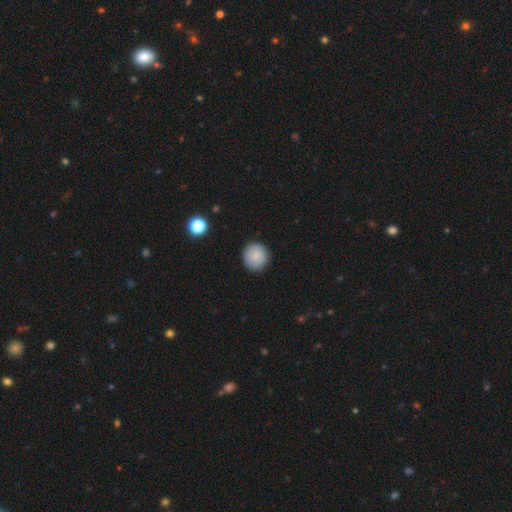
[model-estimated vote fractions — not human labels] smooth-or-featured: smooth: 82% | featured or disk: 10% | star or artifact: 8%
  how-rounded: round: 94% | in between: 5% | cigar-shaped: 1%
  merging: none: 90% | minor disturbance: 7% | major disturbance: 2% | merger: 1%